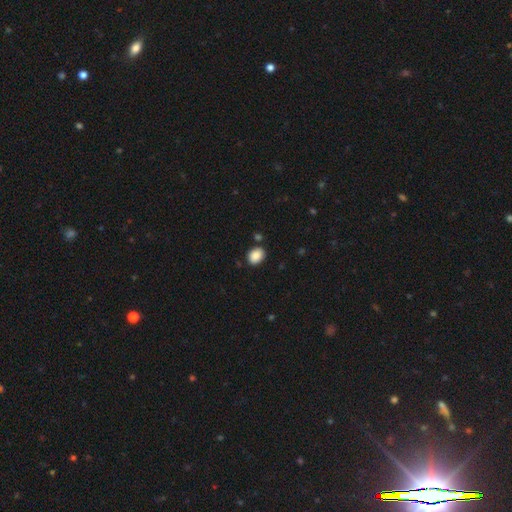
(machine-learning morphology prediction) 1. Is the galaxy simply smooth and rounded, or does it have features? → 88% smooth, 8% star or artifact, 3% featured or disk.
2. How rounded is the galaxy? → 65% in between, 34% round, 1% cigar-shaped.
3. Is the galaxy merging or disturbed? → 84% none, 10% minor disturbance, 4% merger, 3% major disturbance.